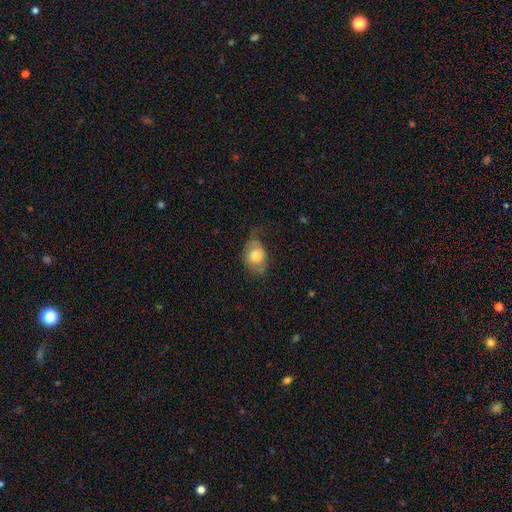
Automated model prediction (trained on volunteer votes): Smooth or featured?
  - smooth: 68% *
  - featured or disk: 25%
  - star or artifact: 7%
How rounded?
  - in between: 71% *
  - round: 28%
  - cigar-shaped: 1%
Merging?
  - none: 51% *
  - minor disturbance: 32%
  - major disturbance: 16%
  - merger: 2%